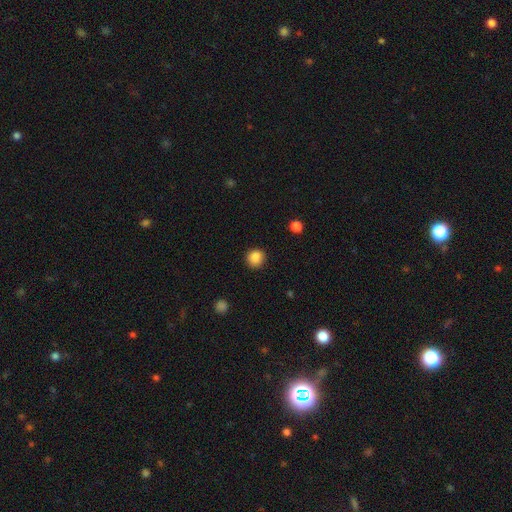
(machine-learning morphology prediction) smooth 87%, star or artifact 10%, featured or disk 3%. Down the decision tree: how rounded — round (89%); merging — none (88%).